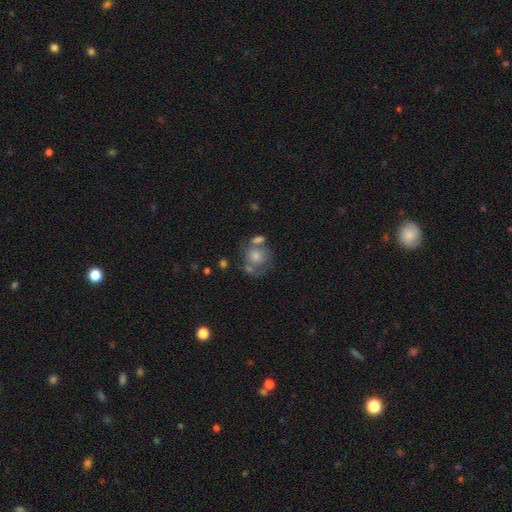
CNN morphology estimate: Q: Smooth or featured?
A: smooth (51%); runner-up: featured or disk (37%)
Q: How rounded?
A: round (75%); runner-up: in between (24%)
Q: Merging?
A: none (43%); runner-up: merger (26%)